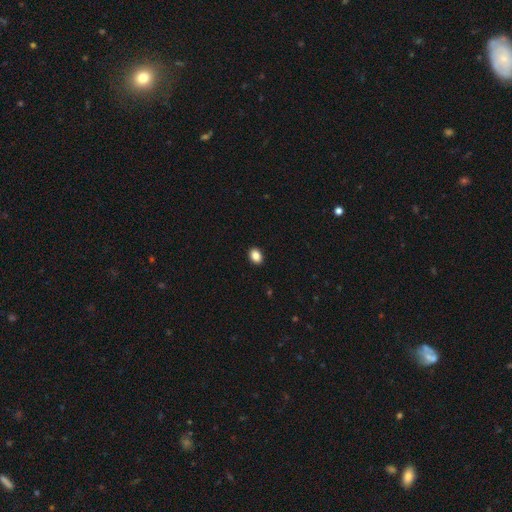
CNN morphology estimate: type=smooth (87%); roundness=in between (76%); merging=none (91%).